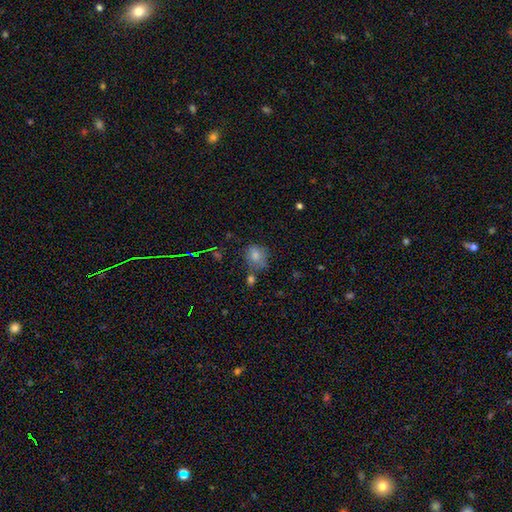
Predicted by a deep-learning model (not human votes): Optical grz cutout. It shows a smooth galaxy with no disk features (76%) that is round (59%). Merging: none (59%).